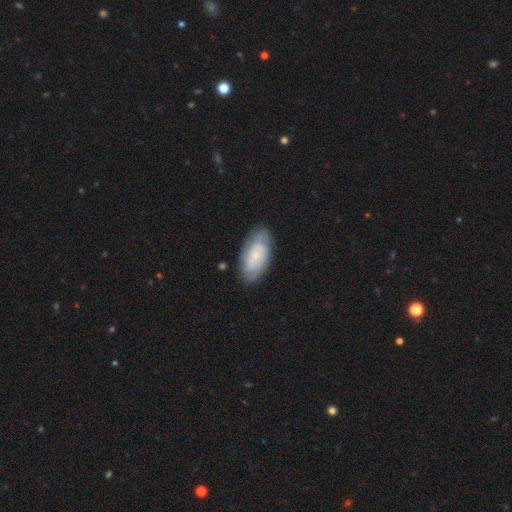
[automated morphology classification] Smooth or featured: featured or disk — 49% (smooth — 44%)
Merging: none — 78% (minor disturbance — 16%)